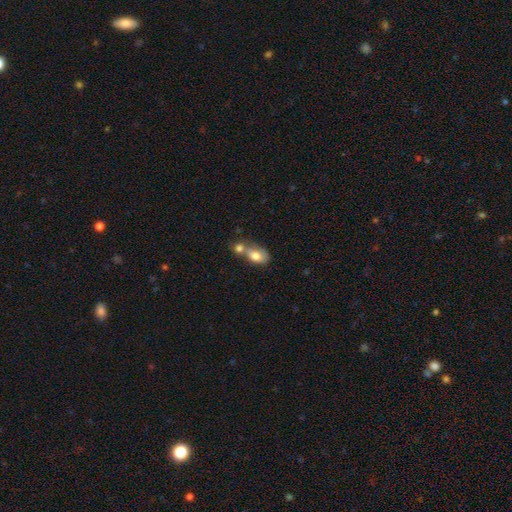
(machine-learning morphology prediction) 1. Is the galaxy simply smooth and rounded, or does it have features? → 75% smooth, 17% featured or disk, 8% star or artifact.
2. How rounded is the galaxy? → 81% in between, 16% round, 3% cigar-shaped.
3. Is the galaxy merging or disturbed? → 64% merger, 21% none, 10% minor disturbance, 6% major disturbance.